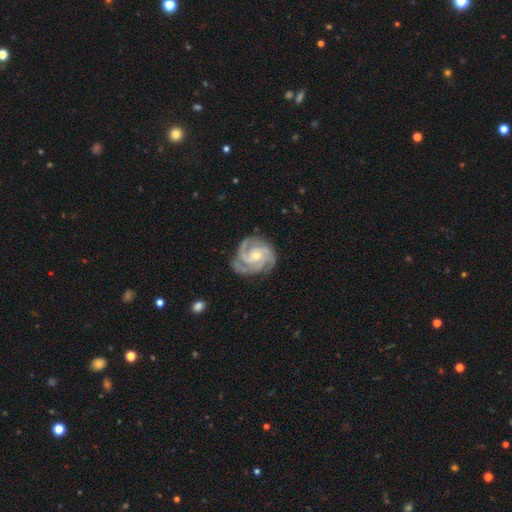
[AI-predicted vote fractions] Overall: featured or disk (91%). Edge-on disk: no (98%). Bar: no (62%; weak 29%). Spiral arms: yes (98%). Spiral arm count: 3 (55%; 4 19%). Spiral winding: tight (65%; medium 31%). Bulge size: small (54%; moderate 43%). Merging: none (78%).